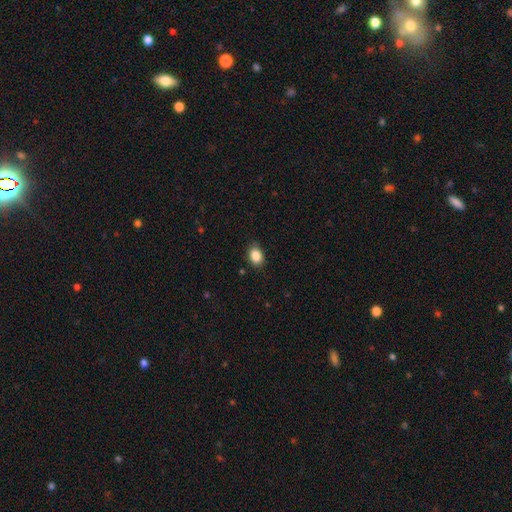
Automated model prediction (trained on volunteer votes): smooth 88%, star or artifact 8%, featured or disk 4%. Down the decision tree: how rounded — in between (68%); merging — none (82%).